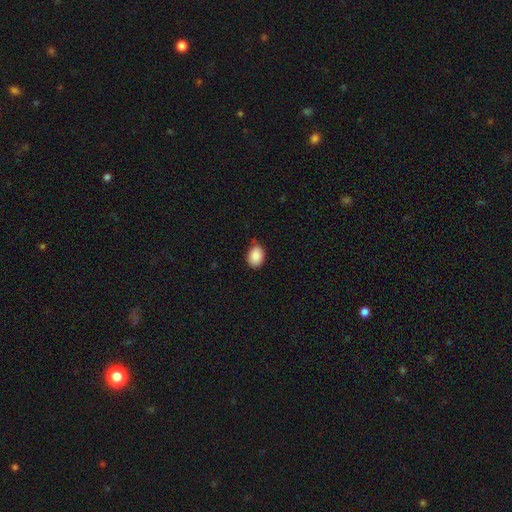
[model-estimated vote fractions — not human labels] A smooth galaxy with no disk features (89%) that is in between round and cigar-shaped (78%). Merging: none (78%).